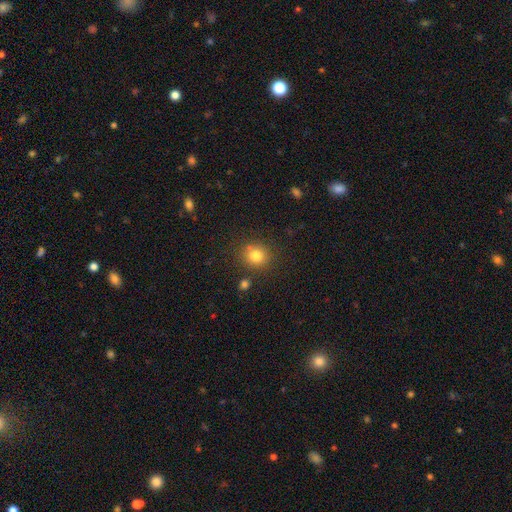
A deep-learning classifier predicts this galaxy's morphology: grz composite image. It shows a smooth galaxy with no disk features (81%) that is round (82%). Merging: none (81%).